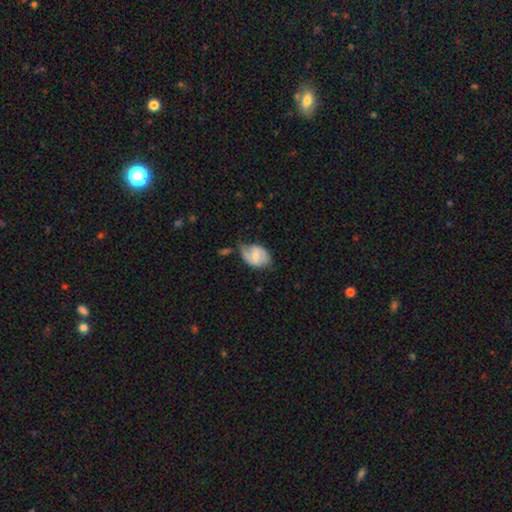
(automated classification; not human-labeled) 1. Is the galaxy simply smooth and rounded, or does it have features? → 50% featured or disk, 44% smooth, 7% star or artifact.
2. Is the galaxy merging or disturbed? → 45% none, 37% minor disturbance, 14% major disturbance, 4% merger.